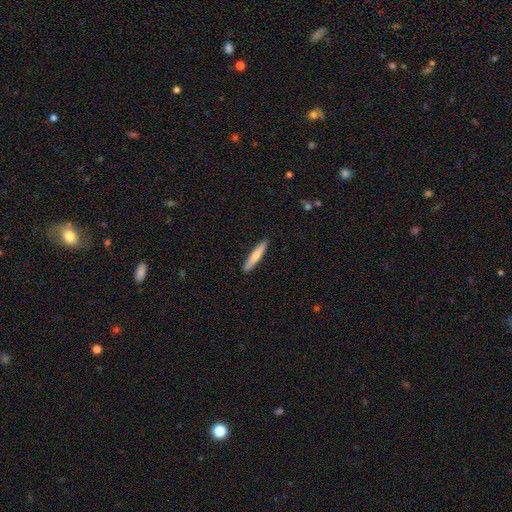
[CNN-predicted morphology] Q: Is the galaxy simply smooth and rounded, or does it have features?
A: smooth — 67%.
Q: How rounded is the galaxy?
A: cigar-shaped — 91%.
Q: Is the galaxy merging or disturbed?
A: none — 91%.